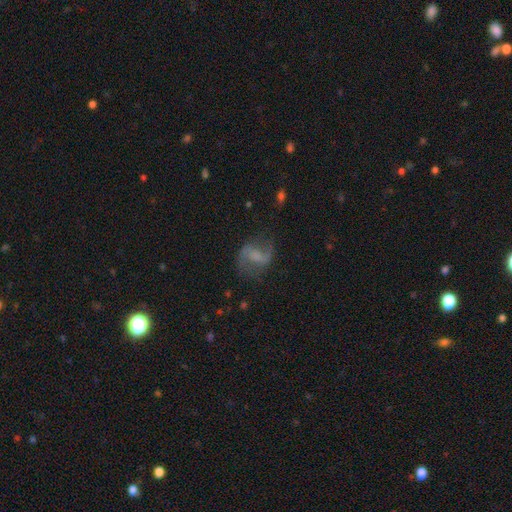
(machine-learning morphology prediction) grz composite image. It shows a featured or disk galaxy (73%) with a weak bar (48%), 2 (89%) loose (57%) spiral arms (91%) and no central bulge (46%). Merging: none (66%).